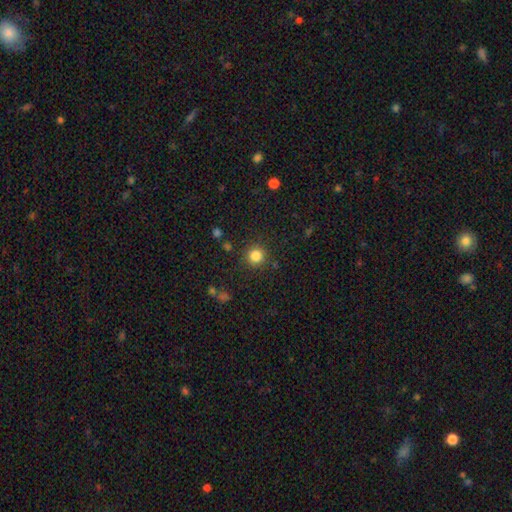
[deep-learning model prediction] This appears to be a smooth galaxy with no disk features (83%) that is round (94%). Merging: none (88%).